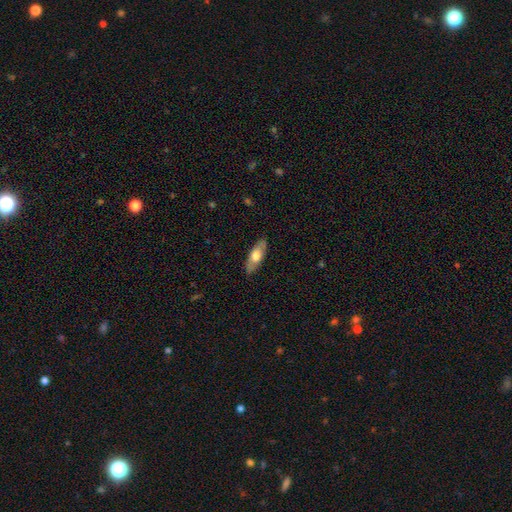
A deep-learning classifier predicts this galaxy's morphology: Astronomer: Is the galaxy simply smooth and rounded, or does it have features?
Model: smooth — 59% (runner-up: featured or disk, 35%).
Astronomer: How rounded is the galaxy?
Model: in between — 63%.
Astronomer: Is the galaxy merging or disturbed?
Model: none — 86%.